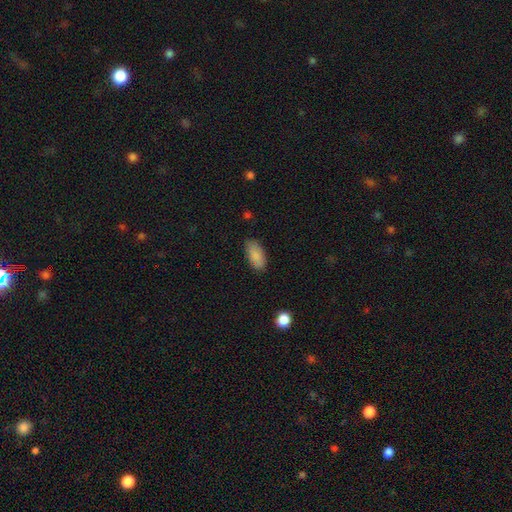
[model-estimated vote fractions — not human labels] smooth 85%, star or artifact 8%, featured or disk 7%. Down the decision tree: how rounded — in between (89%); merging — none (80%).